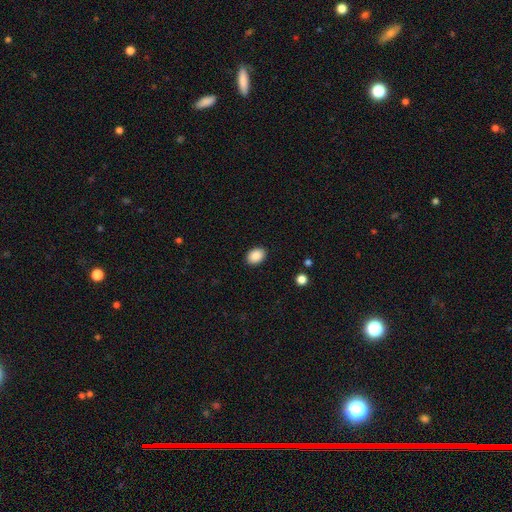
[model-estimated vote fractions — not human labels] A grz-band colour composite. It shows a smooth galaxy with no disk features (89%) that is in between round and cigar-shaped (71%). Merging: none (90%).